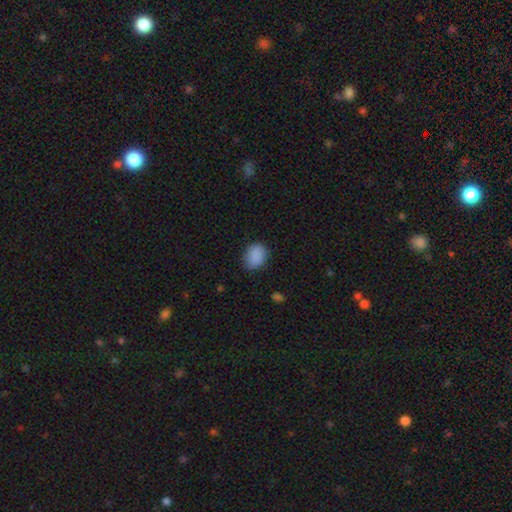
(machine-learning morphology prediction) smooth_or_featured: smooth (p=0.88) [alt: star or artifact p=0.09]
how_rounded: in between (p=0.57) [alt: round p=0.42]
merging: none (p=0.78) [alt: minor disturbance p=0.17]